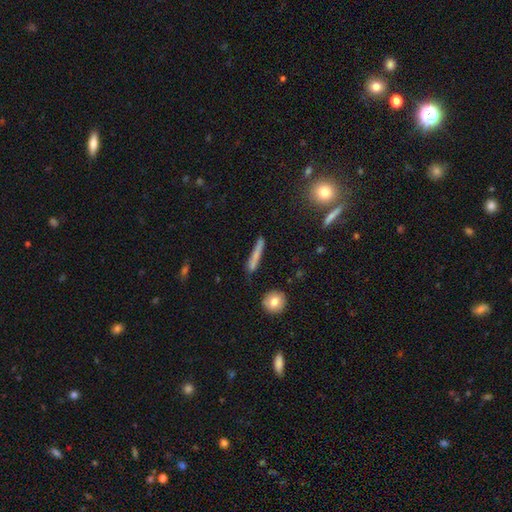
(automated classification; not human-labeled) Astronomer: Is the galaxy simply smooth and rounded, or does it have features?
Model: smooth — 62%.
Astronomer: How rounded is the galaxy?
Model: cigar-shaped — 92%.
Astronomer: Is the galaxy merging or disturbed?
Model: none — 79%.